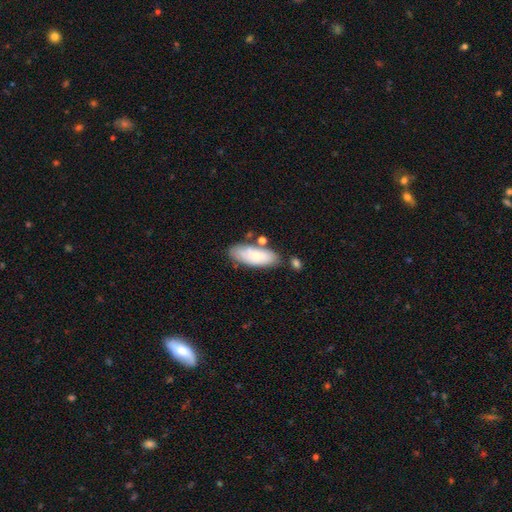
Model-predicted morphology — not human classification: smooth_or_featured: smooth (p=0.72) [alt: featured or disk p=0.22]
how_rounded: in between (p=0.77) [alt: cigar-shaped p=0.21]
merging: none (p=0.69) [alt: minor disturbance p=0.18]